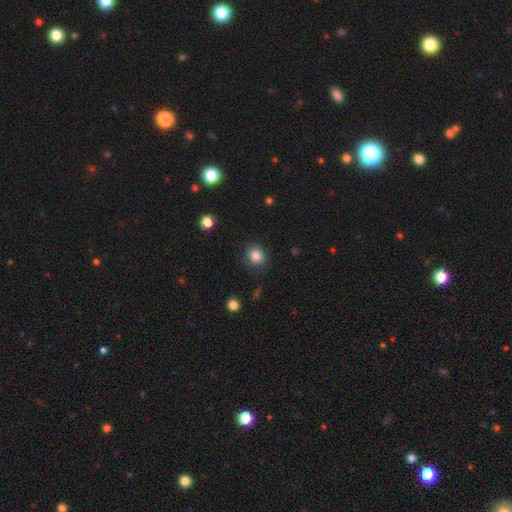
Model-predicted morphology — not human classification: Smooth or featured: smooth — 85% (star or artifact — 10%)
How rounded: round — 75% (in between — 24%)
Merging: none — 84% (minor disturbance — 11%)